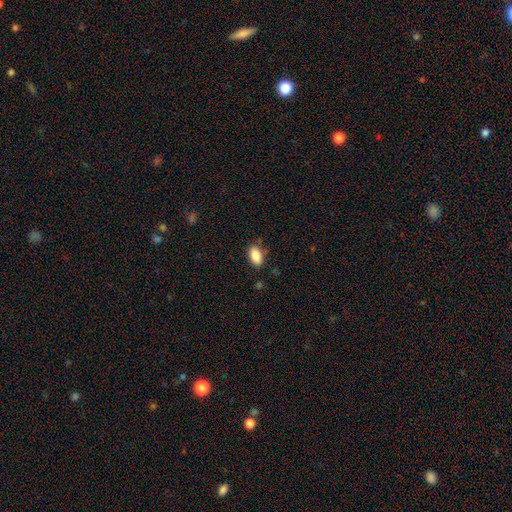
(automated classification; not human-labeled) A smooth galaxy with no disk features (87%) that is in between round and cigar-shaped (92%).

Vote fractions:
- Smooth or featured? smooth: 87% / star or artifact: 7% / featured or disk: 6%
- How rounded? in between: 92% / round: 5% / cigar-shaped: 3%
- Merging? none: 82% / minor disturbance: 13% / major disturbance: 3% / merger: 2%